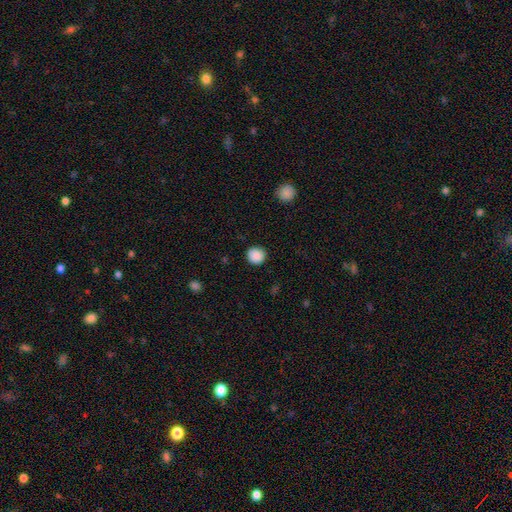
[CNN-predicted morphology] A smooth galaxy with no disk features (89%) that is round (92%).

Vote fractions:
- Smooth or featured? smooth: 89% / star or artifact: 9% / featured or disk: 3%
- How rounded? round: 92% / in between: 7% / cigar-shaped: 1%
- Merging? none: 90% / minor disturbance: 7% / major disturbance: 2% / merger: 1%